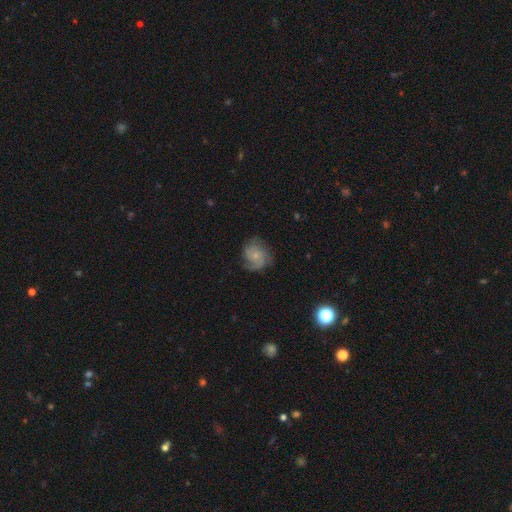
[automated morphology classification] type=featured or disk (67%); edge-on=no (98%); bar=no (78%); spiral arms=yes (93%); winding=medium (43%); arm count=2 (32%); bulge=small (72%); merging=none (67%).